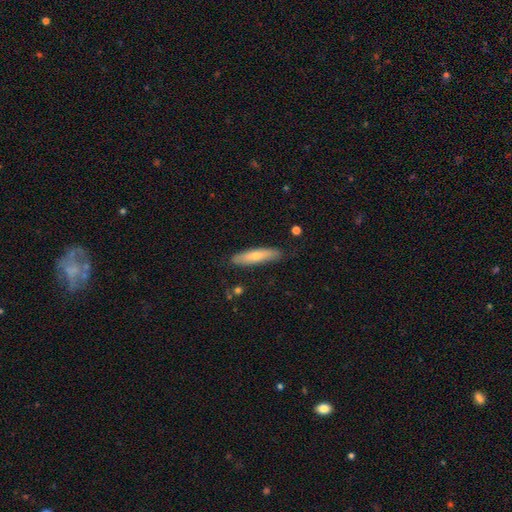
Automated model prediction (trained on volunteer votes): This is possibly a smooth galaxy (57%). How rounded: clearly cigar-shaped (82%). Merging: clearly none (84%).